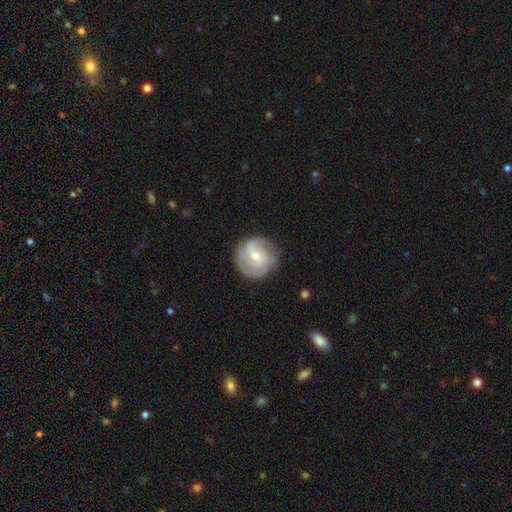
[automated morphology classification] A featured or disk galaxy (77%) with a weak bar (47%), 2 (39%) tight (48%) spiral arms (93%) and a small central bulge (49%).

Vote fractions:
- Smooth or featured? featured or disk: 77% / smooth: 17% / star or artifact: 6%
- Edge-on disk? no: 98% / yes: 2%
- Bar? weak: 47% / no: 38% / strong: 15%
- Spiral arms? yes: 93% / no: 7%
- Spiral winding? tight: 48% / medium: 39% / loose: 14%
- Spiral arm count? 2: 39% / 3: 26% / can't tell: 20% / 4: 6% / 1: 4% / more than 4: 4%
- Bulge size? small: 49% / moderate: 48% / large: 1% / none: 1% / dominant: 1%
- Merging? none: 82% / minor disturbance: 13% / major disturbance: 4% / merger: 1%